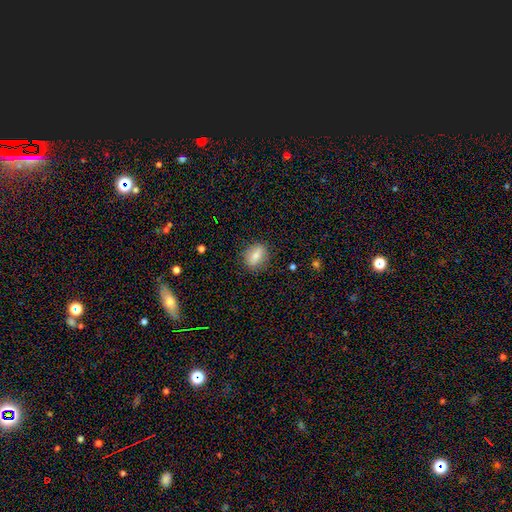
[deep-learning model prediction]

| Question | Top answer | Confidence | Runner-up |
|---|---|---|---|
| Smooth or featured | smooth | 75% | featured or disk (17%) |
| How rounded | in between | 68% | round (26%) |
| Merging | none | 84% | minor disturbance (11%) |